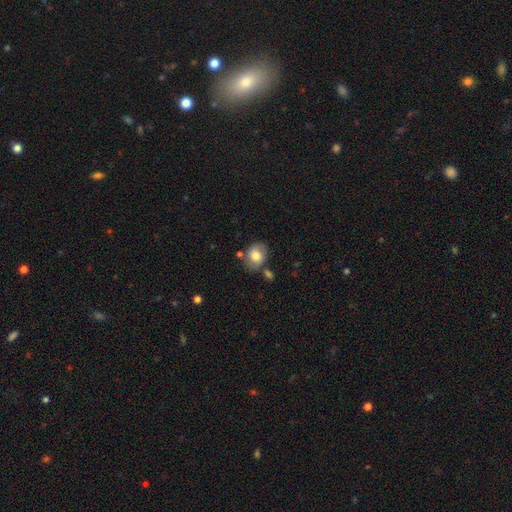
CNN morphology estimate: Smooth or featured? Predicted: smooth (p=0.73). How rounded? Predicted: round (p=0.50). Merging? Predicted: none (p=0.64).